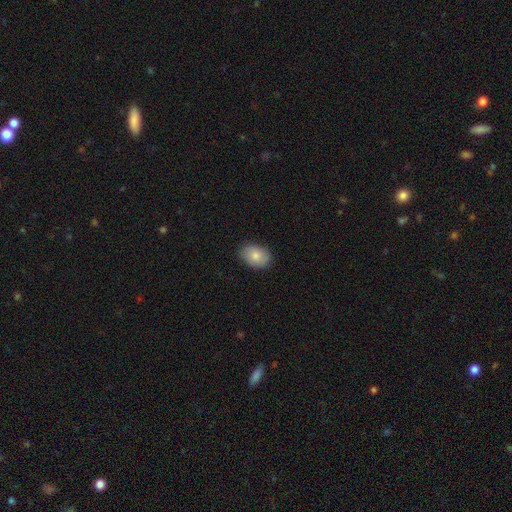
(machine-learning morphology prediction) smooth 82%, featured or disk 11%, star or artifact 7%. Down the decision tree: how rounded — in between (77%); merging — none (86%).